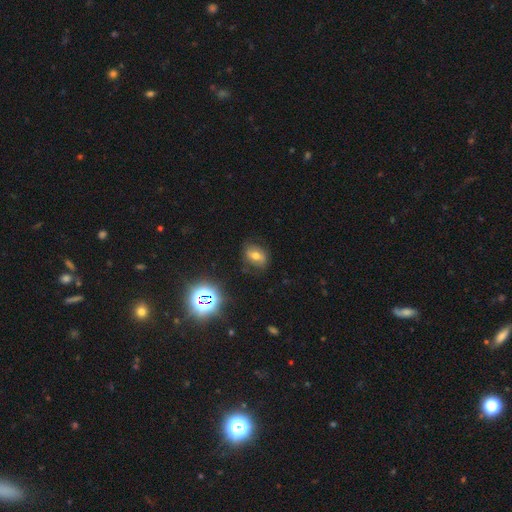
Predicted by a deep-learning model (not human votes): This appears to be a smooth galaxy with no disk features (51%) that is in between round and cigar-shaped (67%). Merging: none (76%).